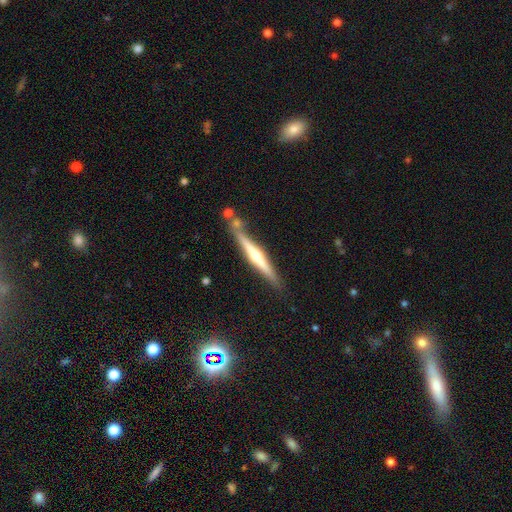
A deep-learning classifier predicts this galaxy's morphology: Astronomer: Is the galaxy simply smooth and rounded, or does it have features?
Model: featured or disk — 70%.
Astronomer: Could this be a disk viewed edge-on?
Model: yes — 97%.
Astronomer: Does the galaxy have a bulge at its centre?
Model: rounded — 82%.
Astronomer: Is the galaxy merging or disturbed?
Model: none — 77%.